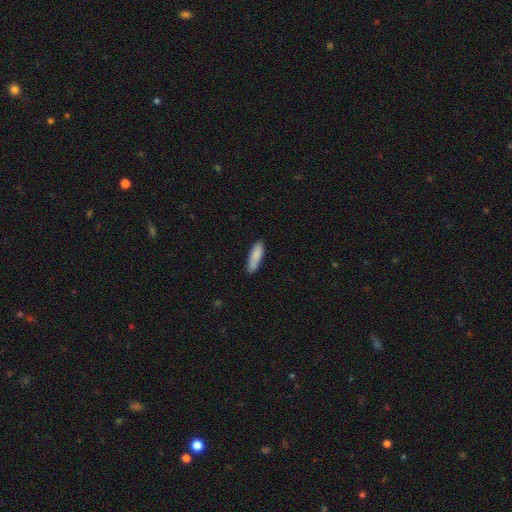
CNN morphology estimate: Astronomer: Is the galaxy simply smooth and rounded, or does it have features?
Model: smooth — 86%.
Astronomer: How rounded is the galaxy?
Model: cigar-shaped — 53% (runner-up: in between, 45%).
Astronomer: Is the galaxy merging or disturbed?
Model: none — 79%.